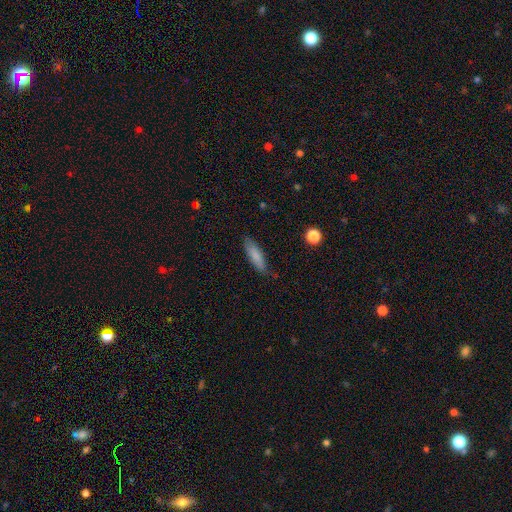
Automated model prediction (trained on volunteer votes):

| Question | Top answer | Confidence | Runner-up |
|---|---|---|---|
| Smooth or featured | smooth | 83% | featured or disk (10%) |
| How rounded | cigar-shaped | 59% | in between (39%) |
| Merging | none | 78% | minor disturbance (17%) |